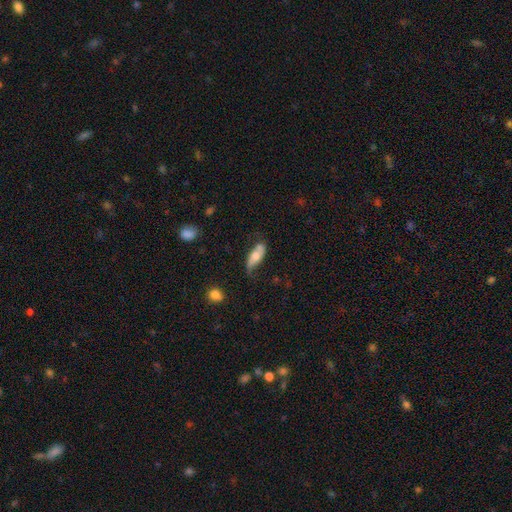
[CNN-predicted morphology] Smooth or featured? Predicted: featured or disk (p=0.47, tied with smooth). Merging? Predicted: none (p=0.51).